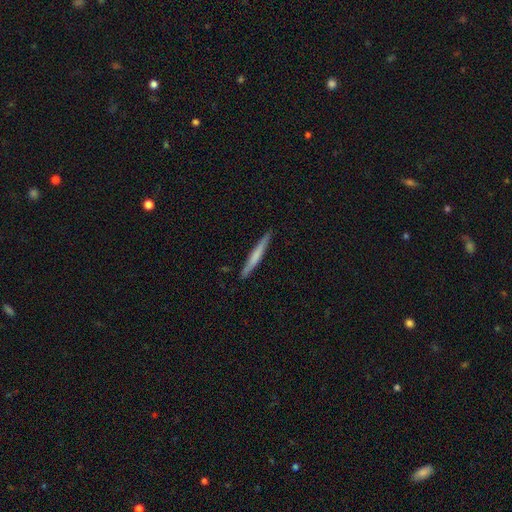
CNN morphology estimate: A smooth galaxy with no disk features (55%) that is cigar-shaped (97%). Merging: none (91%).